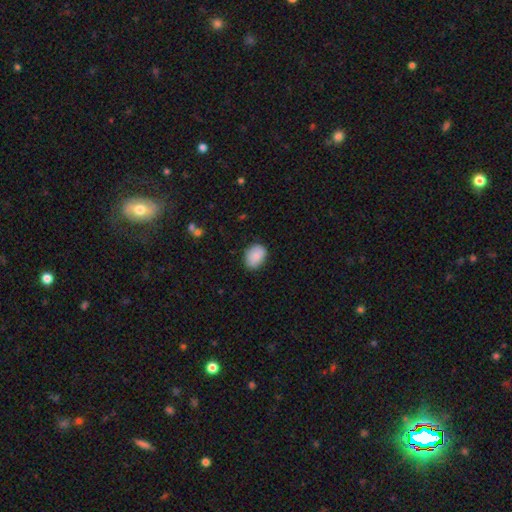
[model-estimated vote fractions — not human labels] Smooth or featured? smooth (87%)
How rounded? in between (67%)
Merging? none (80%)